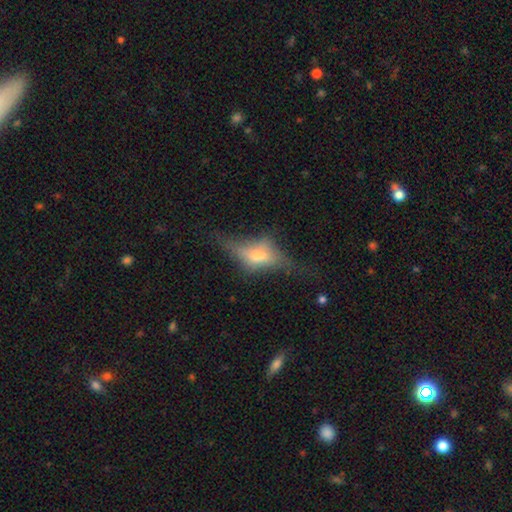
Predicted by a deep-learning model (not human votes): smooth_or_featured: featured or disk (p=0.61) [alt: smooth p=0.28]
disk_edge_on: yes (p=0.83) [alt: no p=0.17]
edge_on_bulge: rounded (p=0.88) [alt: boxy p=0.10]
merging: none (p=0.53) [alt: minor disturbance p=0.23]